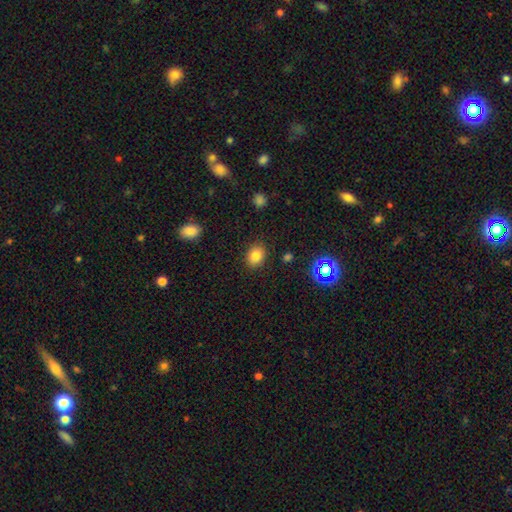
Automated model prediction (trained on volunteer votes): Smooth or featured?
  - smooth: 81% *
  - star or artifact: 12%
  - featured or disk: 7%
How rounded?
  - in between: 56% *
  - round: 44%
  - cigar-shaped: 1%
Merging?
  - none: 87% *
  - minor disturbance: 9%
  - major disturbance: 3%
  - merger: 2%